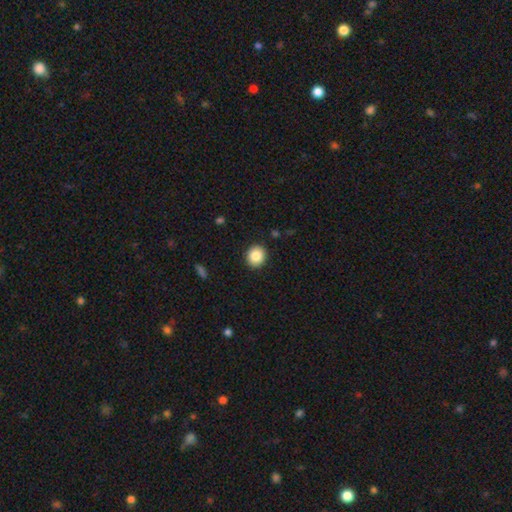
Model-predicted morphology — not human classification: Smooth or featured? smooth (86%)
How rounded? round (80%)
Merging? none (91%)